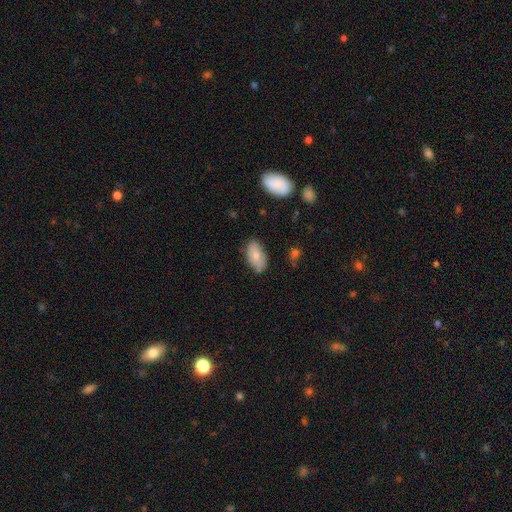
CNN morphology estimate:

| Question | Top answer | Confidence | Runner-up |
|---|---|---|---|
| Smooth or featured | smooth | 75% | featured or disk (18%) |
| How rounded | in between | 94% | round (4%) |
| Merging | none | 74% | minor disturbance (20%) |